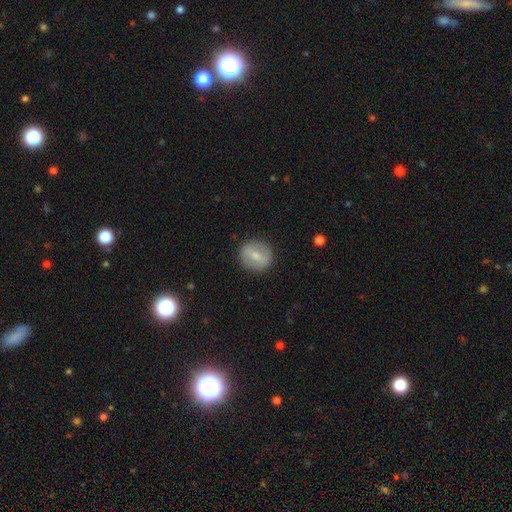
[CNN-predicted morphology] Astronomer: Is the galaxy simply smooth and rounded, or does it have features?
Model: smooth — 57% (runner-up: featured or disk, 36%).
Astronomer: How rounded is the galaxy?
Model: round — 84%.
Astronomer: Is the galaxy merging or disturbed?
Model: none — 88%.